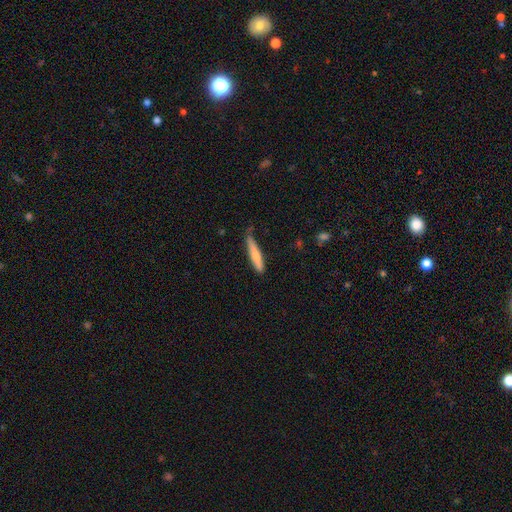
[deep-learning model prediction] Overall: smooth (68%). How rounded: cigar-shaped (91%). Merging: none (66%; minor disturbance 27%).